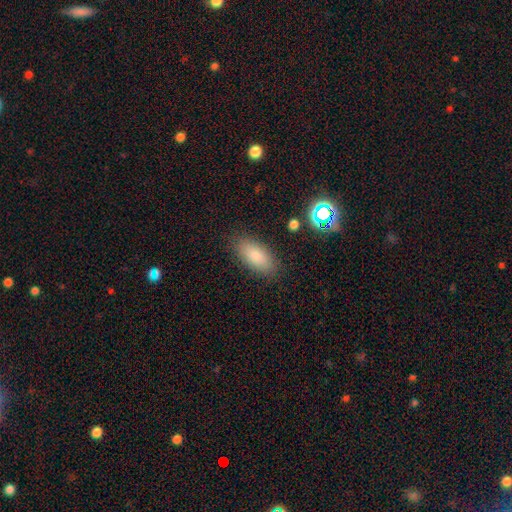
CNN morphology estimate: smooth-or-featured: smooth: 84% | star or artifact: 8% | featured or disk: 8%
  how-rounded: in between: 87% | cigar-shaped: 10% | round: 3%
  merging: none: 85% | minor disturbance: 10% | major disturbance: 3% | merger: 2%